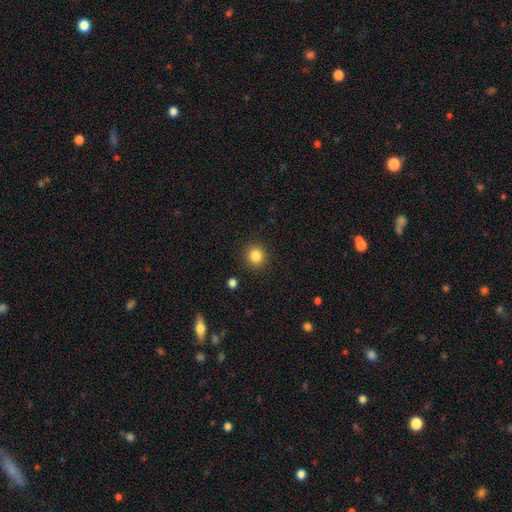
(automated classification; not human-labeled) Morphology: type=smooth (85%); roundness=round (89%); merging=none (91%).